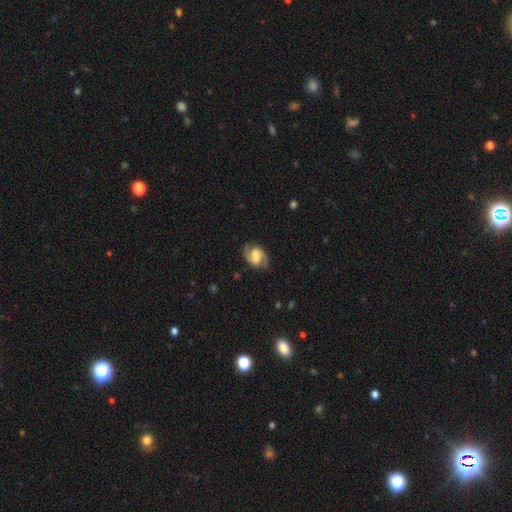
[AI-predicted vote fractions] Morphology: type=featured or disk (76%); edge-on=no (97%); bar=weak (49%); spiral arms=yes (93%); winding=medium (51%); arm count=2 (91%); bulge=moderate (33%); merging=none (81%).